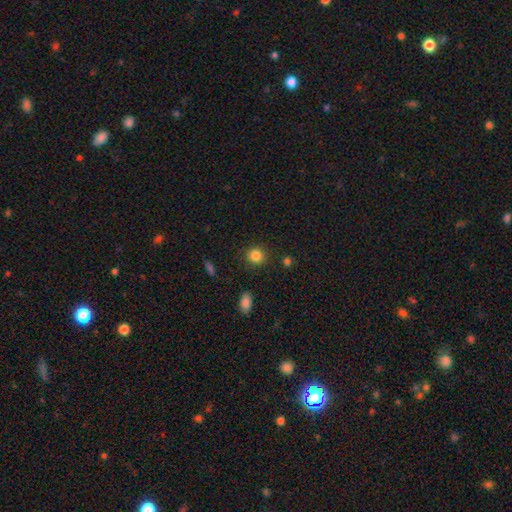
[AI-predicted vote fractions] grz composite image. It shows a smooth galaxy with no disk features (84%) that is round (89%). Merging: none (89%).